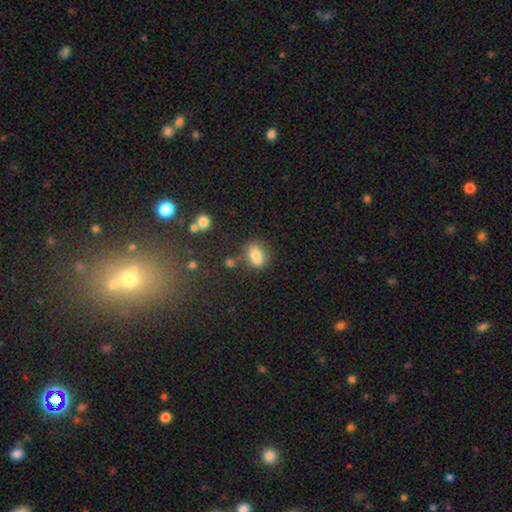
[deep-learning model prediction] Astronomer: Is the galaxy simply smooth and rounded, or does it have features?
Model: smooth — 72%.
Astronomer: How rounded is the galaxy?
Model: round — 52% (runner-up: in between, 47%).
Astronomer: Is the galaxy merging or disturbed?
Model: none — 45% (runner-up: merger, 36%).